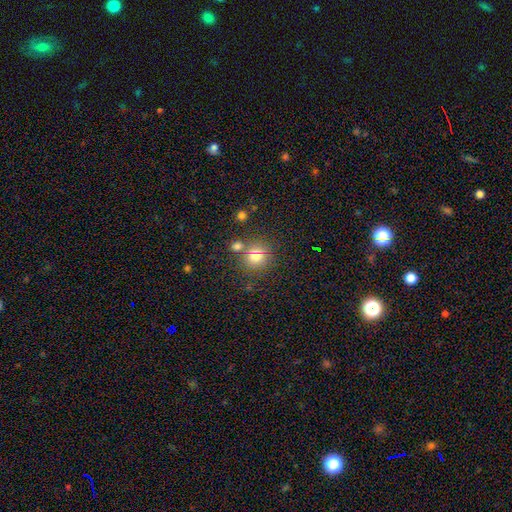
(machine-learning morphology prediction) A smooth galaxy with no disk features (75%) that is round (86%). Merging: none (71%).